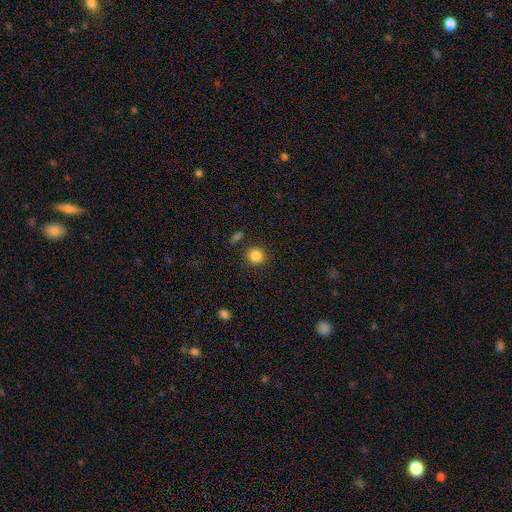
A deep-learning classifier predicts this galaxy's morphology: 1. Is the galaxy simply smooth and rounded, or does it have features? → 85% smooth, 11% star or artifact, 4% featured or disk.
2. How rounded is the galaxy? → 91% round, 8% in between, 1% cigar-shaped.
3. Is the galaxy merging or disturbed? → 88% none, 7% minor disturbance, 3% merger, 2% major disturbance.